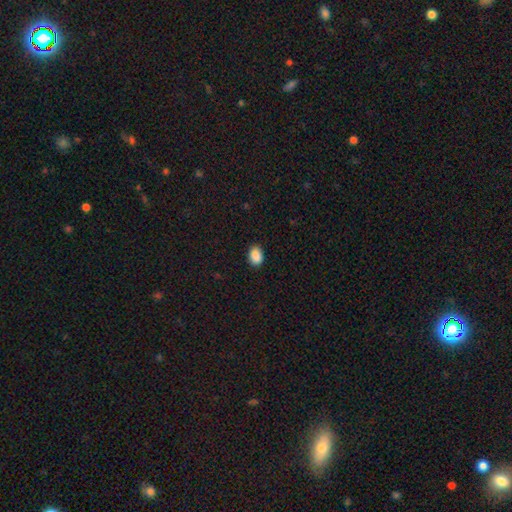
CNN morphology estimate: Q: Smooth or featured?
A: smooth (89%); runner-up: star or artifact (8%)
Q: How rounded?
A: in between (78%); runner-up: round (21%)
Q: Merging?
A: none (86%); runner-up: minor disturbance (11%)